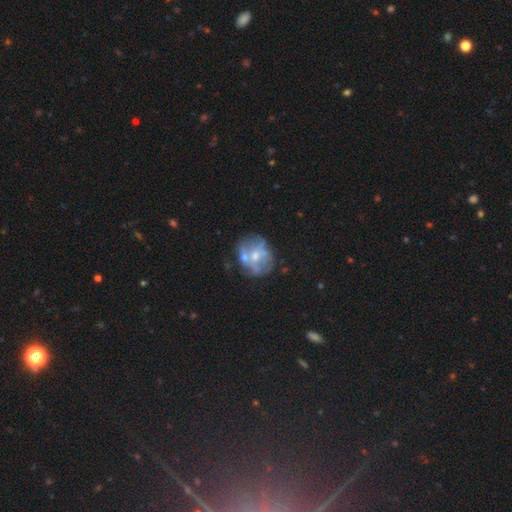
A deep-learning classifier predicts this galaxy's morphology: This appears to be a featured or disk galaxy (62%) with no bar (80%), no spiral arms (77%) and a moderate central bulge (47%). Merging: none (49%).